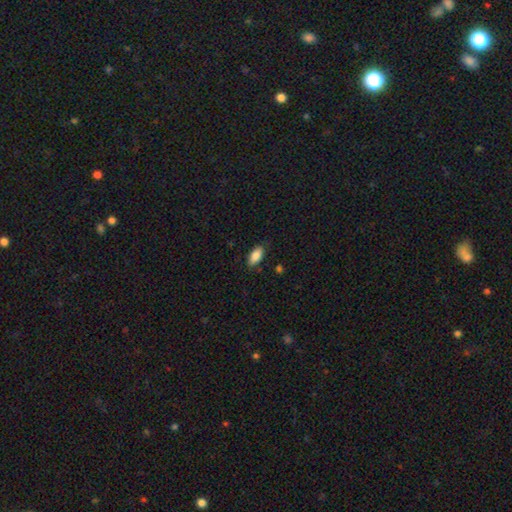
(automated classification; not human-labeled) Smooth or featured? smooth (87%)
How rounded? in between (90%)
Merging? none (82%)